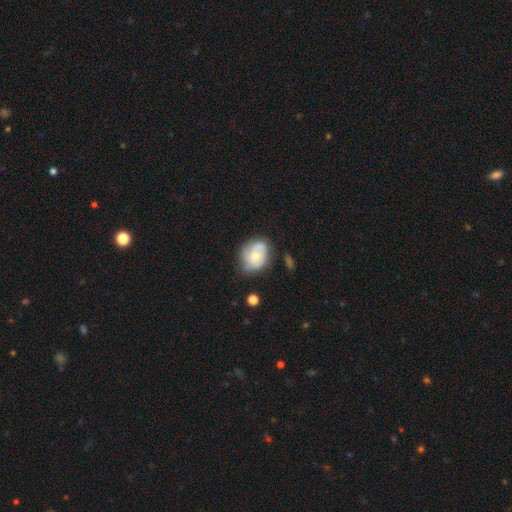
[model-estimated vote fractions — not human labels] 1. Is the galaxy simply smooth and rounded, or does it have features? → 50% smooth, 43% featured or disk, 7% star or artifact.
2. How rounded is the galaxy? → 50% round, 49% in between, 1% cigar-shaped.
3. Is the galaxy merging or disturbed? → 55% none, 31% minor disturbance, 10% major disturbance, 4% merger.